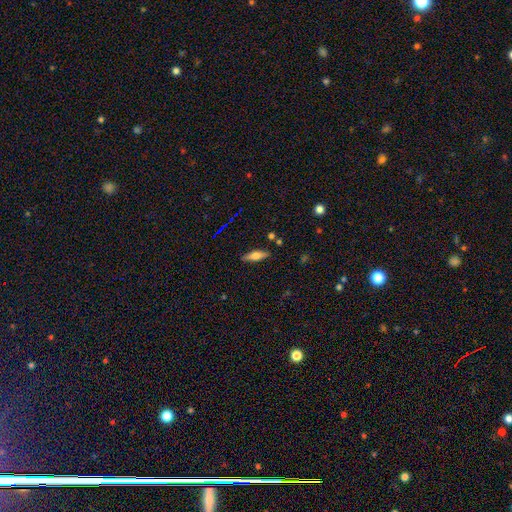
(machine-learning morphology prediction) smooth_or_featured: smooth (p=0.56) [alt: featured or disk p=0.36]
how_rounded: in between (p=0.51) [alt: cigar-shaped p=0.46]
merging: none (p=0.86) [alt: minor disturbance p=0.10]